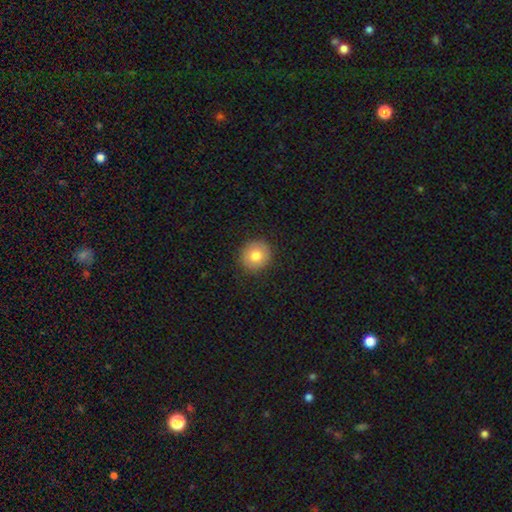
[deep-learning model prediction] Overall: smooth (79%). How rounded: round (87%). Merging: none (88%).